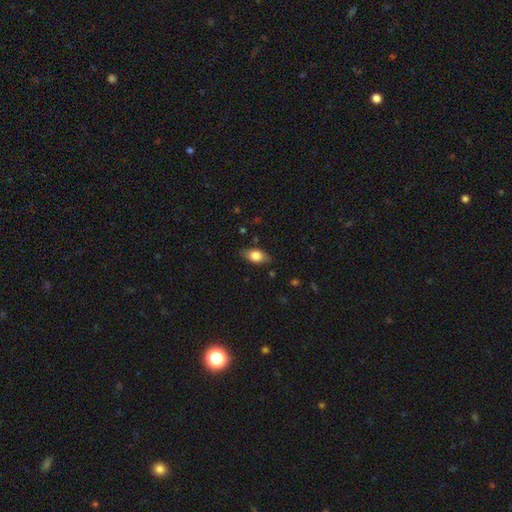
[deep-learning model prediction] Smooth or featured: smooth — 78% (featured or disk — 15%)
How rounded: in between — 87% (round — 7%)
Merging: none — 80% (minor disturbance — 15%)